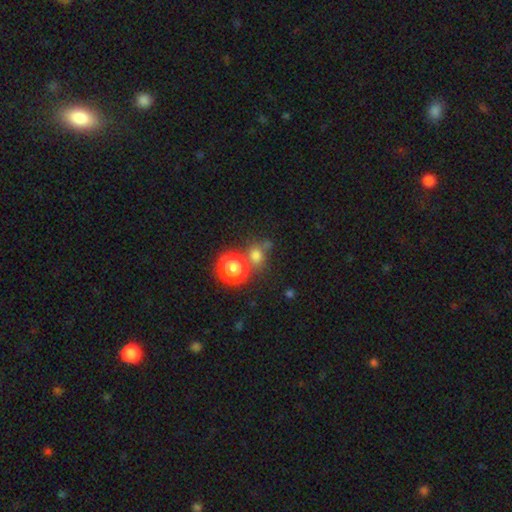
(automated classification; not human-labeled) smooth 67%, star or artifact 25%, featured or disk 8%. Down the decision tree: how rounded — round (76%); merging — none (59%).